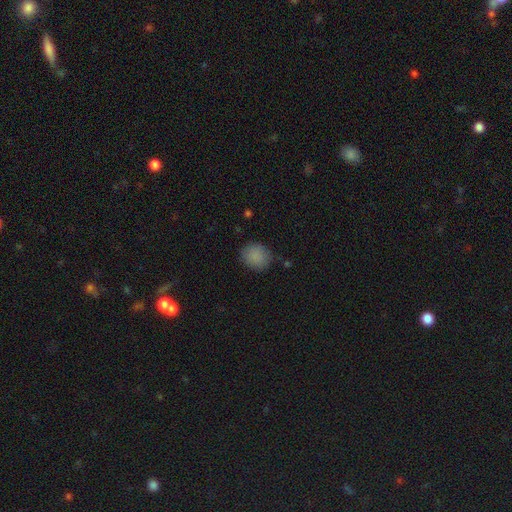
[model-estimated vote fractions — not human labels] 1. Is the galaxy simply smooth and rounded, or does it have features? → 86% smooth, 9% star or artifact, 4% featured or disk.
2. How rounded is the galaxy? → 76% round, 23% in between, 1% cigar-shaped.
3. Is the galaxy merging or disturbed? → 81% none, 14% minor disturbance, 3% major disturbance, 2% merger.